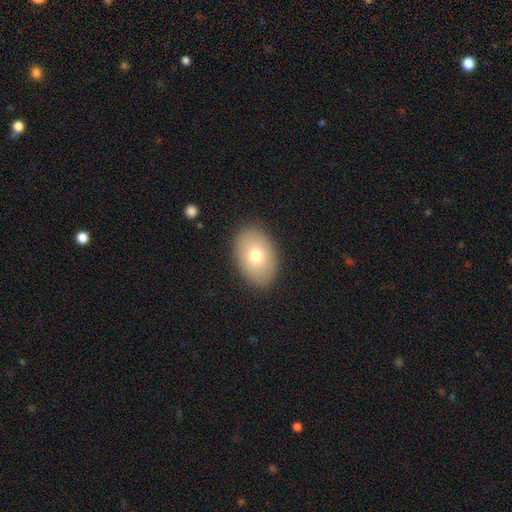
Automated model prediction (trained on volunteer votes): Smooth or featured?
  - smooth: 73% *
  - featured or disk: 19%
  - star or artifact: 8%
How rounded?
  - in between: 86% *
  - round: 12%
  - cigar-shaped: 1%
Merging?
  - none: 89% *
  - minor disturbance: 8%
  - major disturbance: 2%
  - merger: 1%